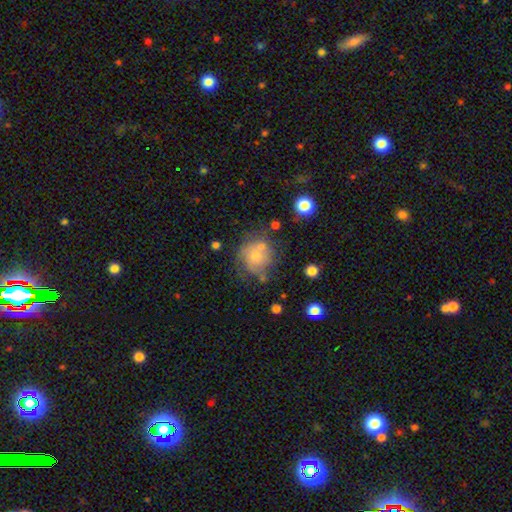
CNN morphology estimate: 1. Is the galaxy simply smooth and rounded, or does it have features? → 64% smooth, 24% featured or disk, 11% star or artifact.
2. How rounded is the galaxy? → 85% round, 14% in between, 1% cigar-shaped.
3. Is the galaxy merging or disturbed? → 54% none, 21% minor disturbance, 14% merger, 11% major disturbance.